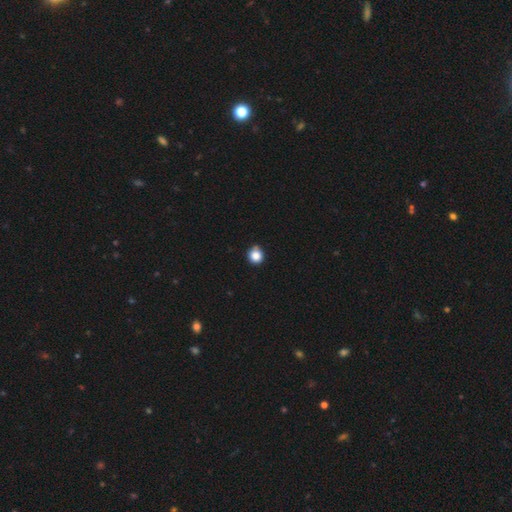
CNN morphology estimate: smooth 84%, star or artifact 11%, featured or disk 5%. Down the decision tree: how rounded — round (89%); merging — none (75%).